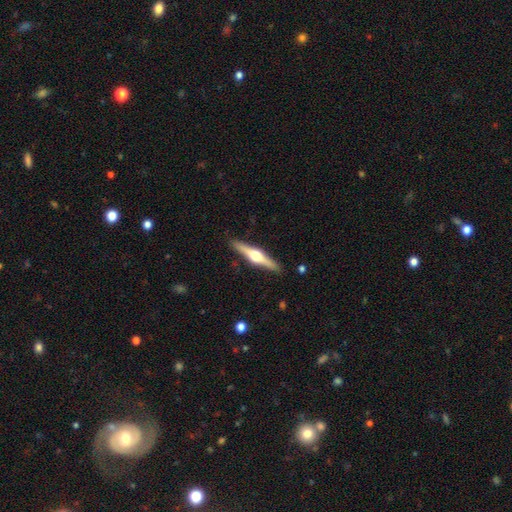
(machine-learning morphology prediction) Smooth or featured: featured or disk — 73% (smooth — 22%)
Edge-on disk: yes — 98% (no — 2%)
Edge-on bulge: rounded — 95% (boxy — 3%)
Merging: none — 91% (minor disturbance — 7%)